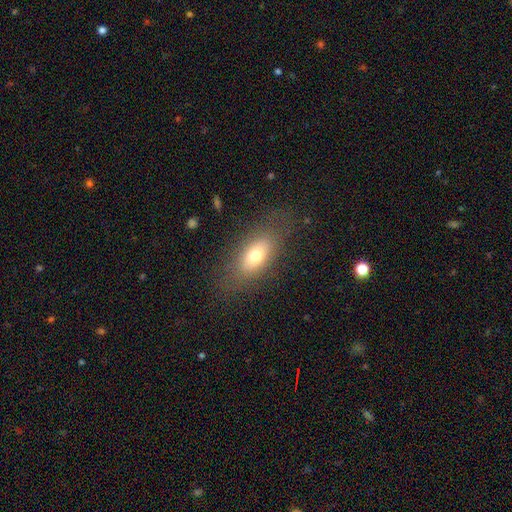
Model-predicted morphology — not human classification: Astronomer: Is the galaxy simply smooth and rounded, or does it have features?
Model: smooth — 70%.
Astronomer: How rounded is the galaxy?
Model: in between — 83%.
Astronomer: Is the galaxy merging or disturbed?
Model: none — 78%.